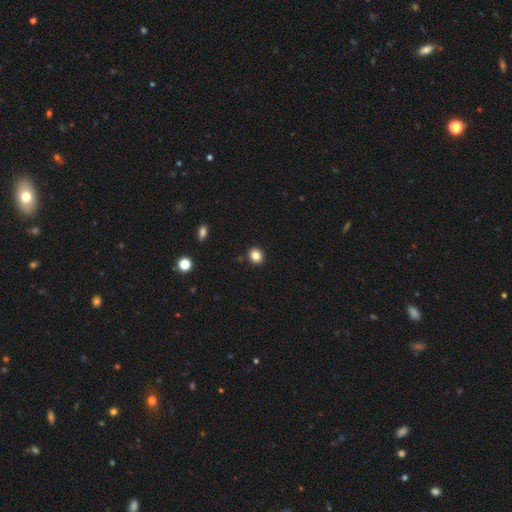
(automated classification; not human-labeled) smooth 83%, star or artifact 11%, featured or disk 6%. Down the decision tree: how rounded — round (72%); merging — none (90%).